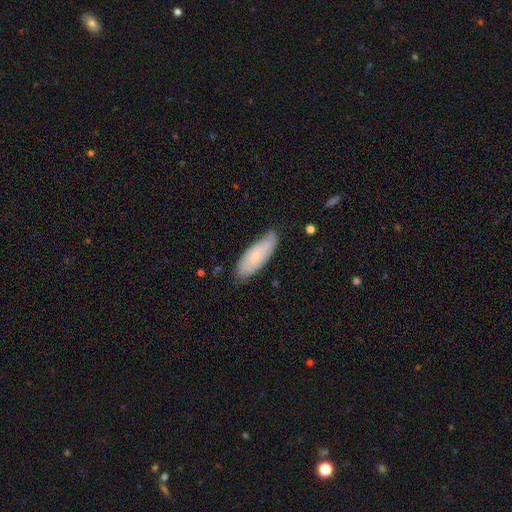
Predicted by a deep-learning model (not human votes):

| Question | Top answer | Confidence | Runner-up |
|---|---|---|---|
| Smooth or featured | smooth | 61% | featured or disk (32%) |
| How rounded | in between | 65% | cigar-shaped (34%) |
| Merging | none | 74% | minor disturbance (21%) |